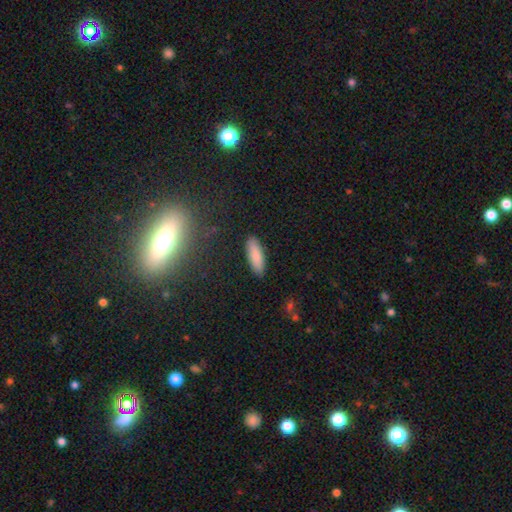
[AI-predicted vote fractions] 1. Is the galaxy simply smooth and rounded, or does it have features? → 86% smooth, 7% featured or disk, 7% star or artifact.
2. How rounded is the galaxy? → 56% in between, 43% cigar-shaped, 2% round.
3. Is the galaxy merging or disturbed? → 89% none, 8% minor disturbance, 2% major disturbance, 1% merger.